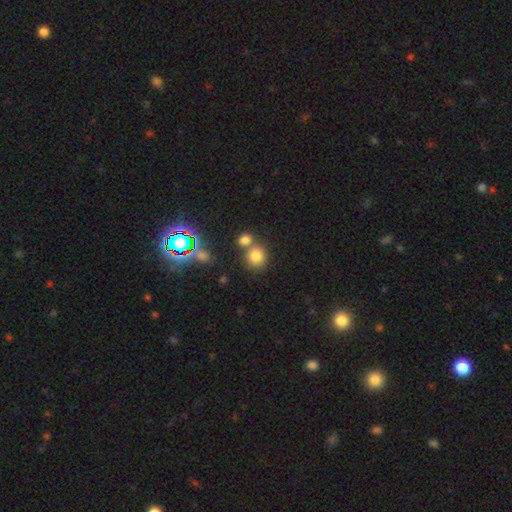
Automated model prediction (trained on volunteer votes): smooth-or-featured: smooth: 77% | star or artifact: 16% | featured or disk: 7%
  how-rounded: round: 82% | in between: 16% | cigar-shaped: 1%
  merging: none: 54% | merger: 34% | minor disturbance: 9% | major disturbance: 4%